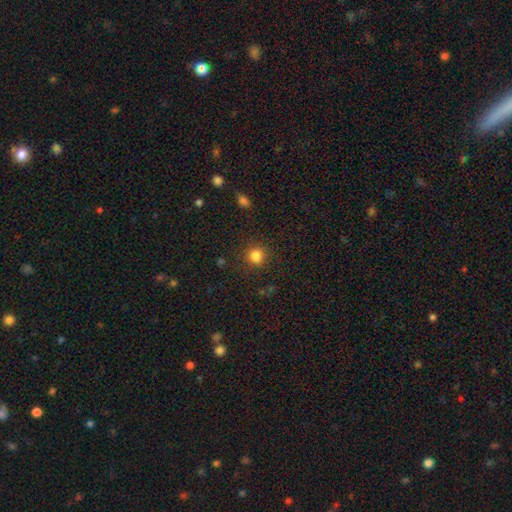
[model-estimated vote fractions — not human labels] This is clearly a smooth galaxy (83%). How rounded: clearly round (83%). Merging: clearly none (84%).